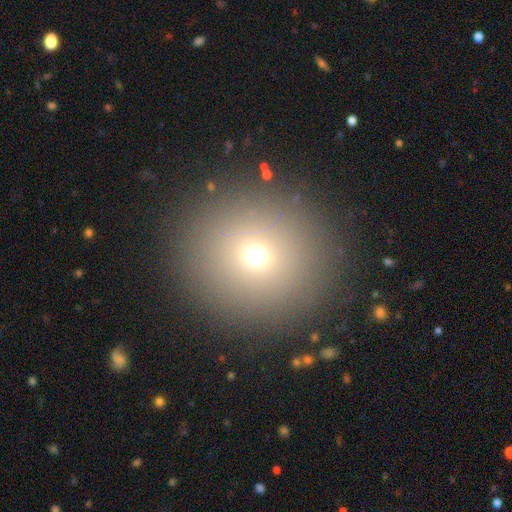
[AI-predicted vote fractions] Smooth or featured? Predicted: smooth (p=0.67). How rounded? Predicted: round (p=0.92). Merging? Predicted: none (p=0.89).